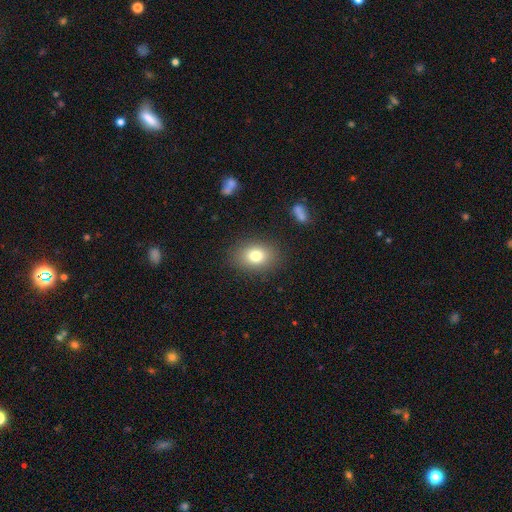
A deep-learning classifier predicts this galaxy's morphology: Smooth or featured? Predicted: smooth (p=0.77). How rounded? Predicted: in between (p=0.64). Merging? Predicted: none (p=0.85).